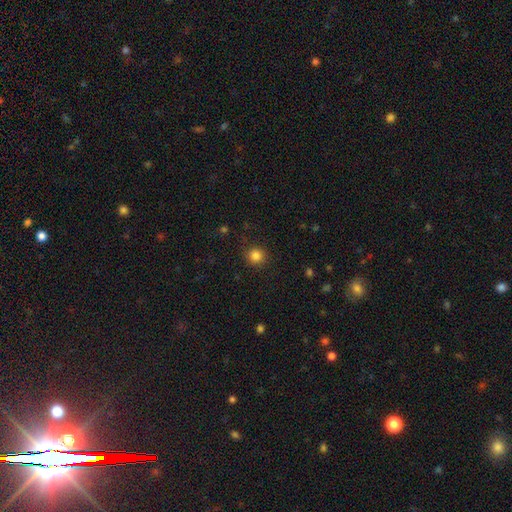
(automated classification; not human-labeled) smooth_or_featured: smooth (p=0.83) [alt: star or artifact p=0.12]
how_rounded: round (p=0.91) [alt: in between p=0.08]
merging: none (p=0.88) [alt: minor disturbance p=0.08]